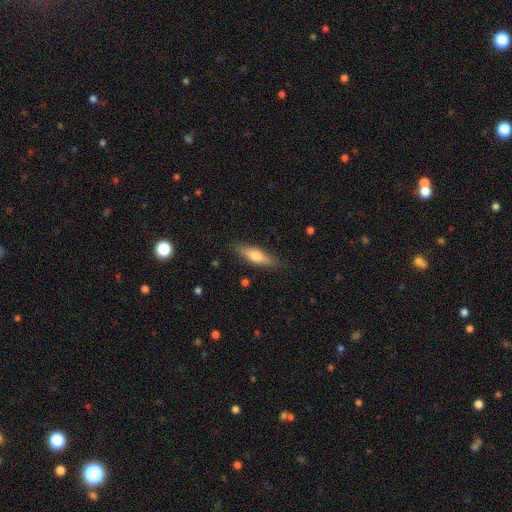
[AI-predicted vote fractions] Smooth or featured?
  - smooth: 55% *
  - featured or disk: 39%
  - star or artifact: 6%
How rounded?
  - cigar-shaped: 62% *
  - in between: 36%
  - round: 2%
Merging?
  - none: 86% *
  - minor disturbance: 11%
  - major disturbance: 2%
  - merger: 1%